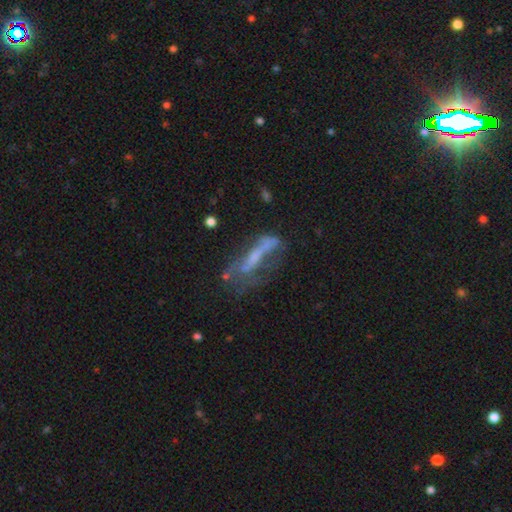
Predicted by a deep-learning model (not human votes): Smooth or featured? featured or disk (58%)
Edge-on disk? no (61%)
Merging? none (40%)